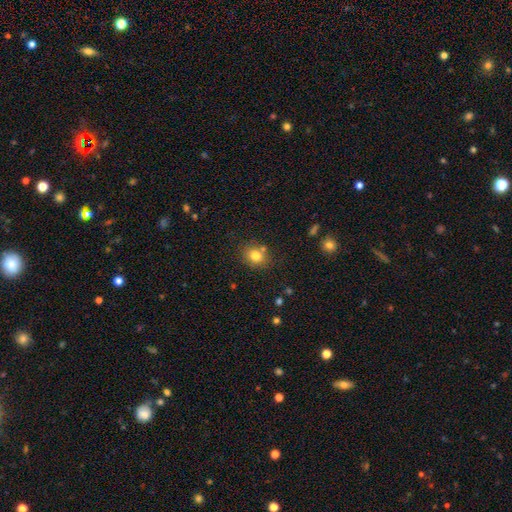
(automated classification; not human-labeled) This is likely a smooth galaxy (79%). How rounded: likely round (64%). Merging: likely none (74%).